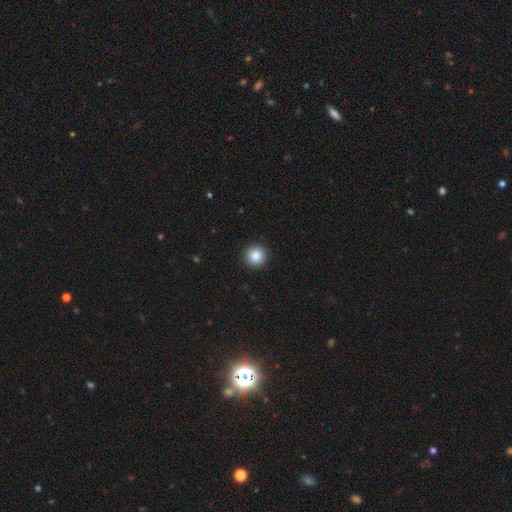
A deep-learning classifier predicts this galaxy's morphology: Smooth or featured? smooth (87%)
How rounded? round (96%)
Merging? none (93%)